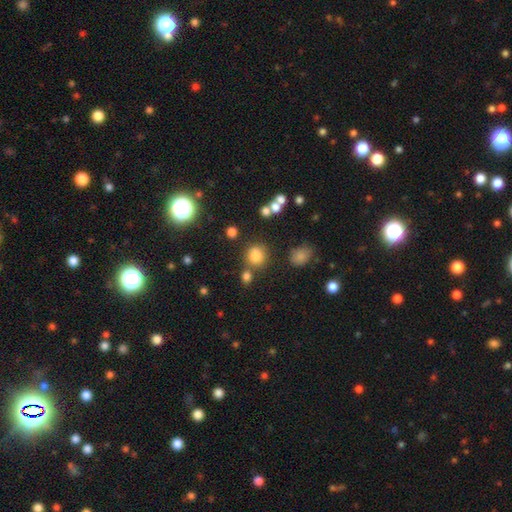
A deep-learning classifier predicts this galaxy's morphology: This is likely a smooth galaxy (76%). How rounded: clearly round (80%). Merging: likely none (66%).